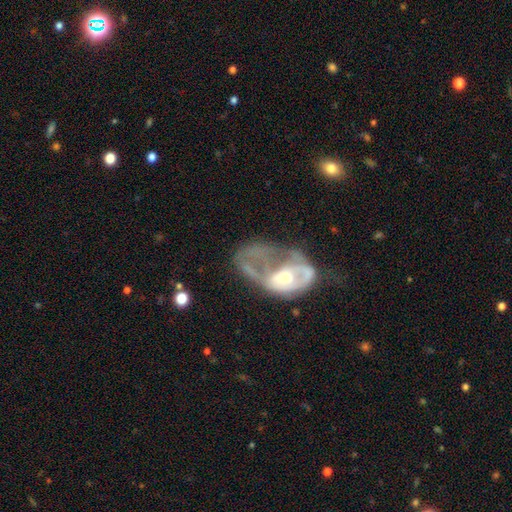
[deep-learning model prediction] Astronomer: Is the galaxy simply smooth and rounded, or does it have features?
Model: featured or disk — 63%.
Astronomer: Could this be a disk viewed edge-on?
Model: no — 95%.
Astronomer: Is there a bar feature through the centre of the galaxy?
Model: no — 79%.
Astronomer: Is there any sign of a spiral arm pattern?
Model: no — 69%.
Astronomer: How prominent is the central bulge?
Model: moderate — 50%.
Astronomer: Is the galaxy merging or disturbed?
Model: major disturbance — 57%.